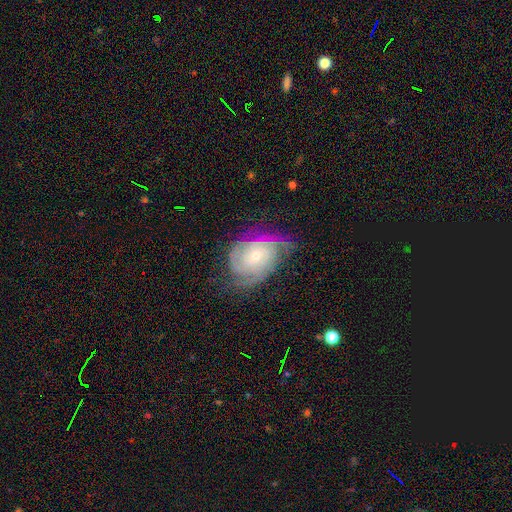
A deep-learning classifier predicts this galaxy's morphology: A featured or disk galaxy (86%) with no bar (71%), 2 (28%, tied with 3) tight (72%) spiral arms (97%) and a small central bulge (57%).

Vote fractions:
- Smooth or featured? featured or disk: 86% / smooth: 8% / star or artifact: 6%
- Edge-on disk? no: 97% / yes: 3%
- Bar? no: 71% / weak: 24% / strong: 5%
- Spiral arms? yes: 97% / no: 3%
- Spiral winding? tight: 72% / medium: 24% / loose: 5%
- Spiral arm count? 2: 28% (tied) / 3: 28% (tied) / can't tell: 23% / 4: 10% / 1: 5% / more than 4: 5%
- Bulge size? small: 57% / moderate: 38% / large: 2% / none: 2% / dominant: 1%
- Merging? none: 67% / minor disturbance: 22% / major disturbance: 9% / merger: 1%